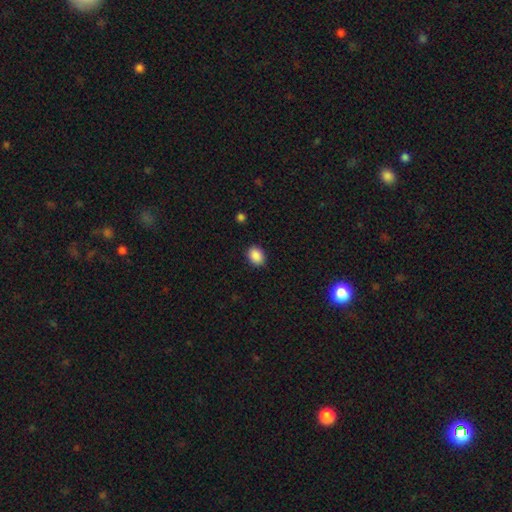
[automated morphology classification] Smooth or featured?
  - smooth: 89% *
  - star or artifact: 8%
  - featured or disk: 3%
How rounded?
  - in between: 59% *
  - round: 41%
  - cigar-shaped: 1%
Merging?
  - none: 88% *
  - minor disturbance: 9%
  - major disturbance: 2%
  - merger: 1%